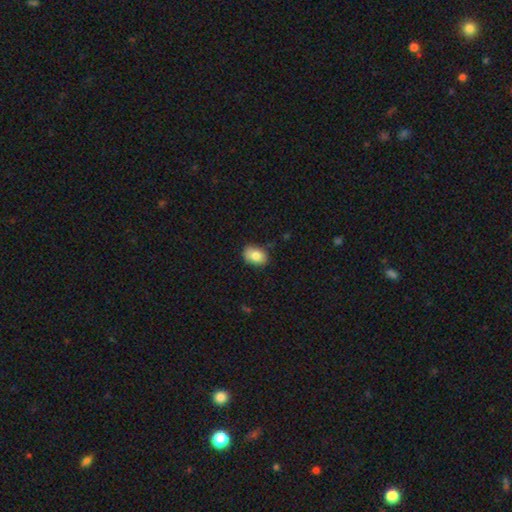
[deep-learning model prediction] Smooth or featured? smooth (83%)
How rounded? in between (80%)
Merging? none (73%)